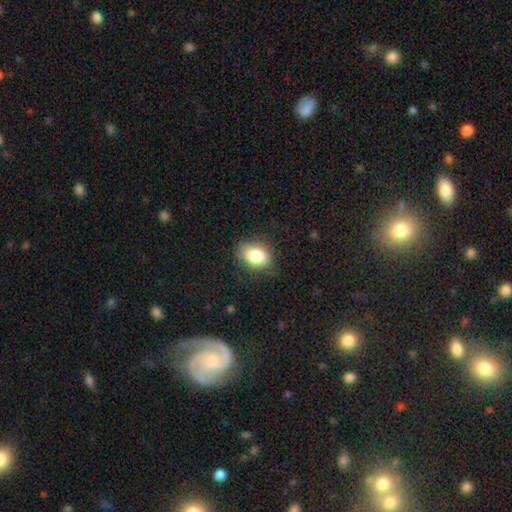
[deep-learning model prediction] smooth 83%, featured or disk 8%, star or artifact 8%. Down the decision tree: how rounded — in between (75%); merging — none (77%).